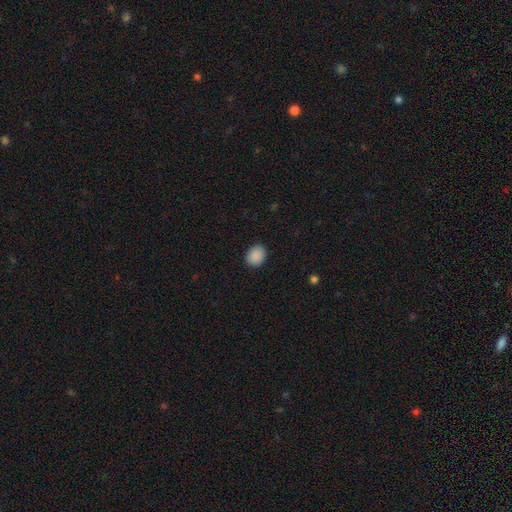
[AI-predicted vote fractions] A smooth galaxy with no disk features (89%) that is in between round and cigar-shaped (56%). Merging: none (89%).